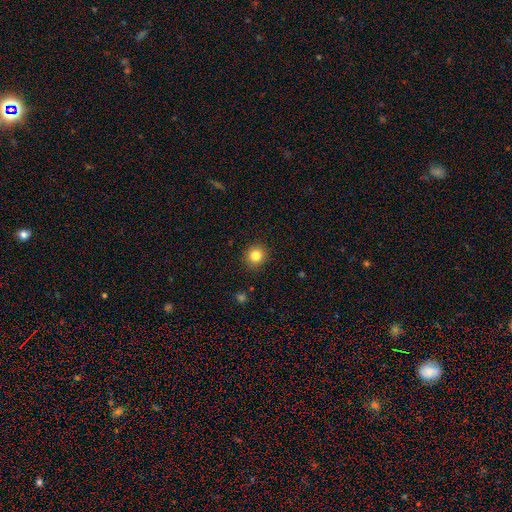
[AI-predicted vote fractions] Morphology: type=smooth (83%); roundness=round (91%); merging=none (90%).